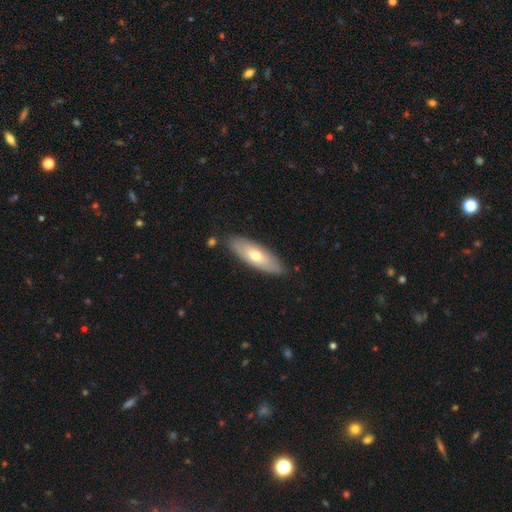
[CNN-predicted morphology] This is possibly a smooth galaxy (58%). How rounded: likely in between (66%). Merging: clearly none (83%).